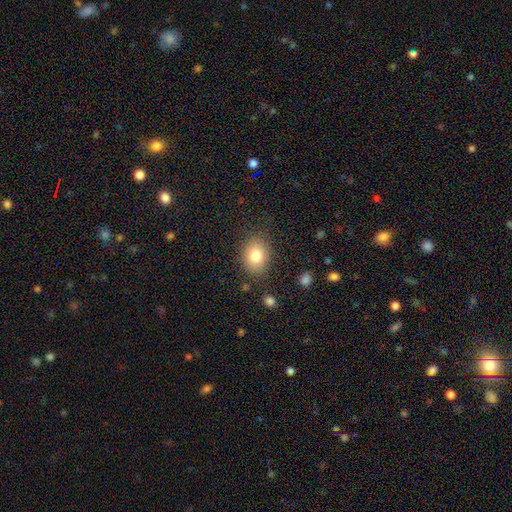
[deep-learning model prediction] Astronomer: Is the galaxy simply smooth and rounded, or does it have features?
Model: smooth — 80%.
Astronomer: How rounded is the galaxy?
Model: in between — 56% (runner-up: round, 43%).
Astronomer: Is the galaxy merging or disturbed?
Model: none — 81%.